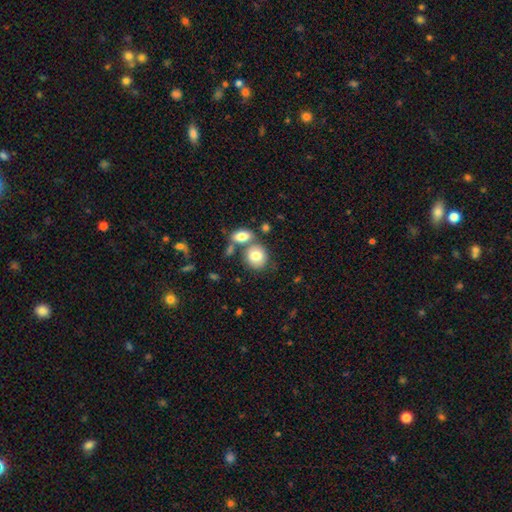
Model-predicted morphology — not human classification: Smooth or featured: smooth — 80% (featured or disk — 13%)
How rounded: round — 67% (in between — 32%)
Merging: none — 53% (merger — 32%)